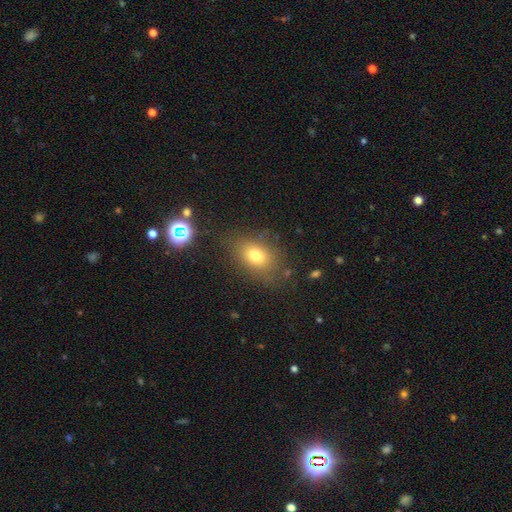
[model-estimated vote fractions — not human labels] smooth_or_featured: smooth (p=0.74) [alt: star or artifact p=0.13]
how_rounded: in between (p=0.72) [alt: round p=0.26]
merging: none (p=0.76) [alt: minor disturbance p=0.14]